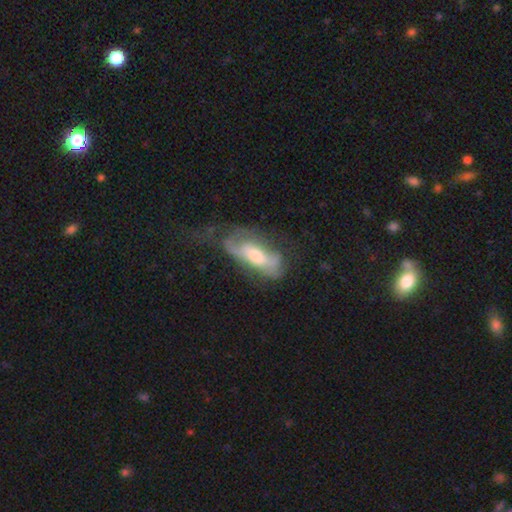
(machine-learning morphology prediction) This appears to be a featured or disk galaxy (61%). Merging: none (39%).